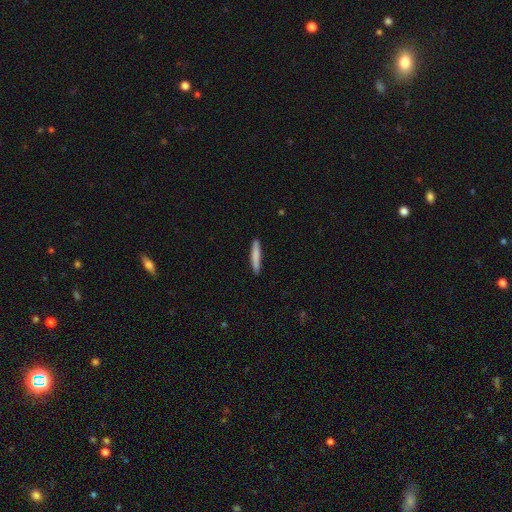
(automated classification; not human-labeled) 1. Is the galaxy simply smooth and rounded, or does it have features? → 80% smooth, 15% featured or disk, 6% star or artifact.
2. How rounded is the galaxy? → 93% cigar-shaped, 6% in between, 1% round.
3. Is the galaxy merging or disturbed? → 90% none, 7% minor disturbance, 1% major disturbance, 1% merger.